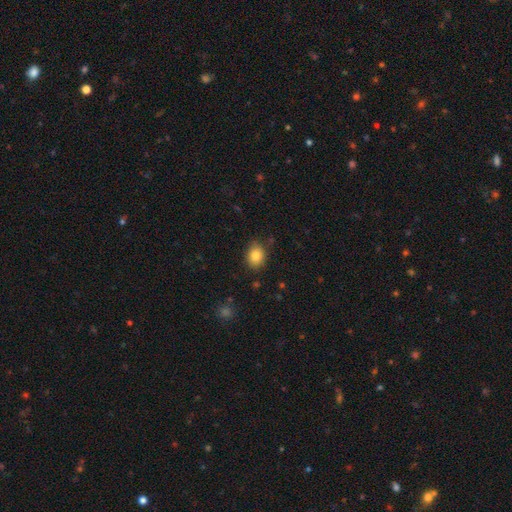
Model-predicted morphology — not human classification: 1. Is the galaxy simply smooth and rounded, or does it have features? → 83% smooth, 9% star or artifact, 7% featured or disk.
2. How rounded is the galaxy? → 56% in between, 43% round, 1% cigar-shaped.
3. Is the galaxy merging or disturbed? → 83% none, 12% minor disturbance, 3% major disturbance, 2% merger.